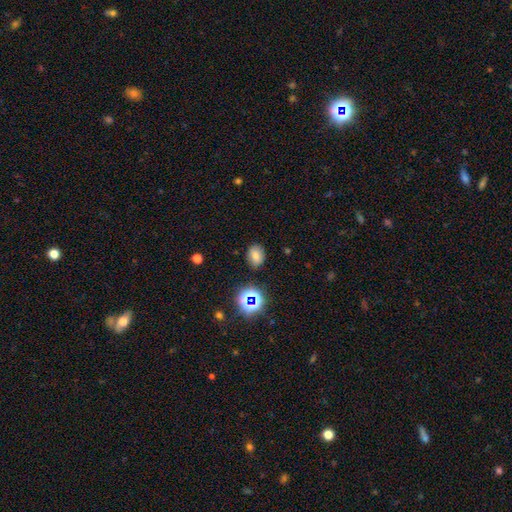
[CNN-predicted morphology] smooth-or-featured: smooth: 66% | star or artifact: 24% | featured or disk: 10%
  how-rounded: in between: 59% | round: 40% | cigar-shaped: 1%
  merging: none: 85% | minor disturbance: 10% | major disturbance: 3% | merger: 2%